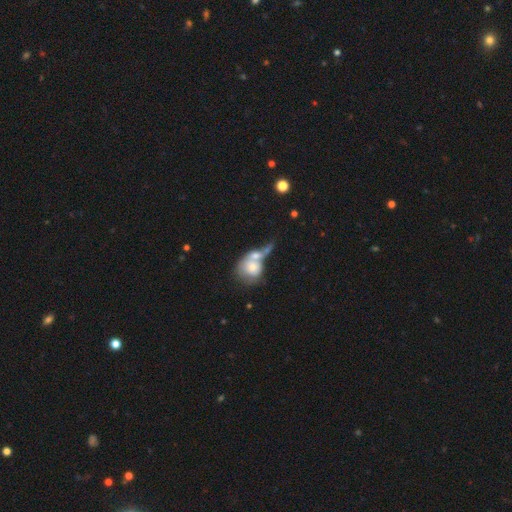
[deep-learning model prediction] Smooth or featured?
  - smooth: 61% *
  - featured or disk: 31%
  - star or artifact: 8%
How rounded?
  - round: 62% *
  - in between: 35%
  - cigar-shaped: 3%
Merging?
  - merger: 66% *
  - none: 16%
  - major disturbance: 10%
  - minor disturbance: 8%